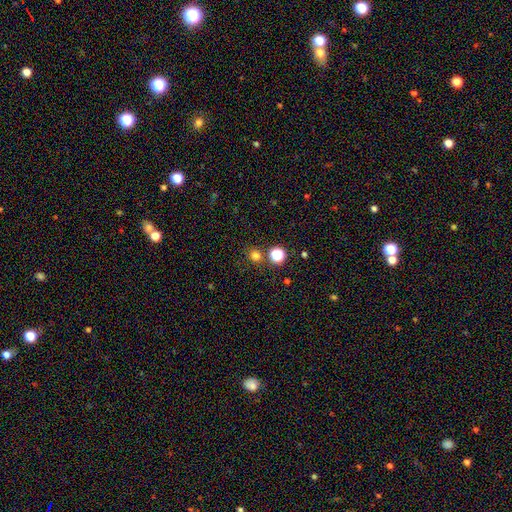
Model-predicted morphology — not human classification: type=smooth (75%); roundness=round (87%); merging=none (81%).